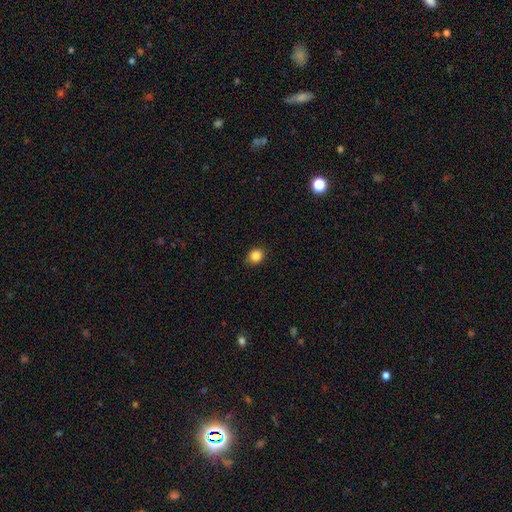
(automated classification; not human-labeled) The model was most divided on "how rounded": round: 65%, in between: 34%, cigar-shaped: 1%. More confident: merging — none (88%); smooth or featured — smooth (85%).